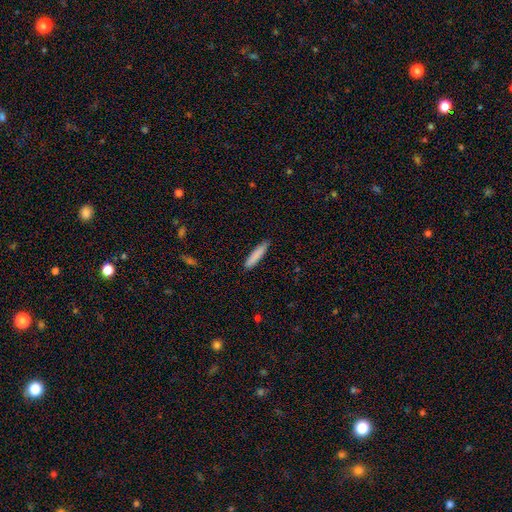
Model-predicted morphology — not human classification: A smooth galaxy with no disk features (84%) that is cigar-shaped (86%). Merging: none (88%).